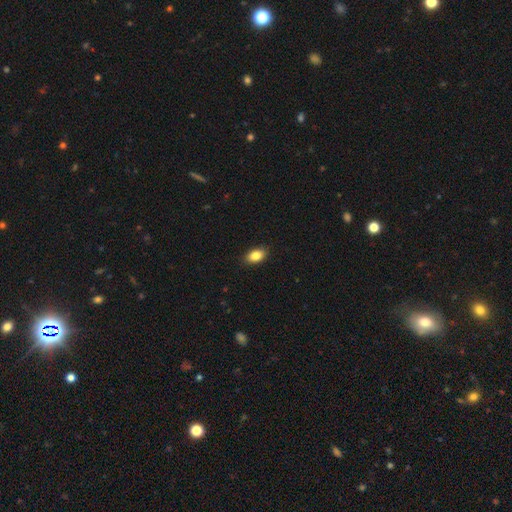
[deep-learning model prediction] Smooth or featured? Predicted: smooth (p=0.86). How rounded? Predicted: in between (p=0.88). Merging? Predicted: none (p=0.87).